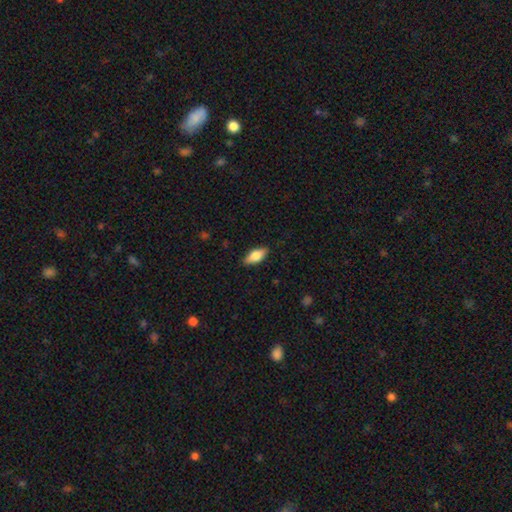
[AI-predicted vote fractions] This is likely a smooth galaxy (74%). How rounded: clearly in between (83%). Merging: clearly none (86%).